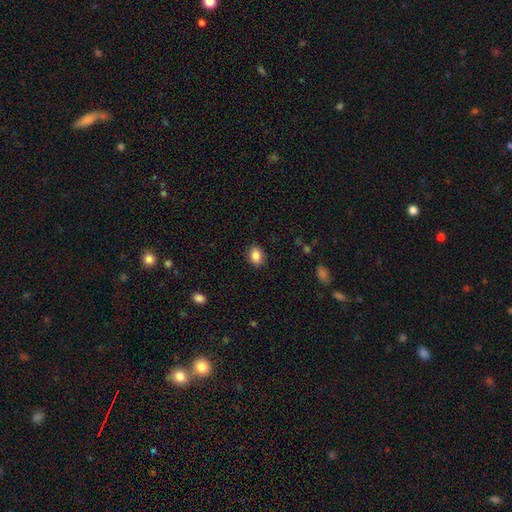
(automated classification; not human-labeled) Morphology: type=smooth (87%); roundness=in between (64%); merging=none (88%).